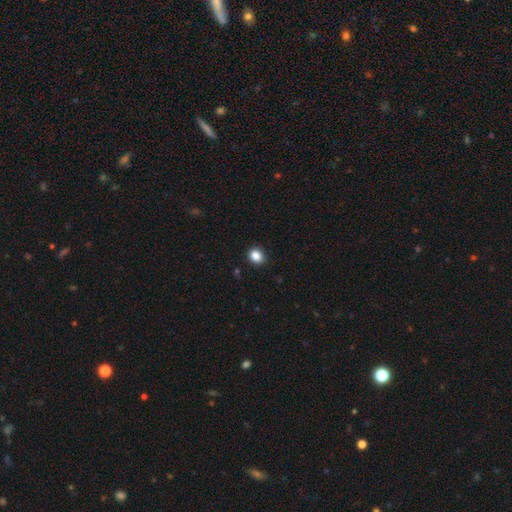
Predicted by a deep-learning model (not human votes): smooth-or-featured: smooth: 87% | star or artifact: 10% | featured or disk: 3%
  how-rounded: round: 54% | in between: 45% | cigar-shaped: 1%
  merging: none: 88% | minor disturbance: 8% | major disturbance: 2% | merger: 1%